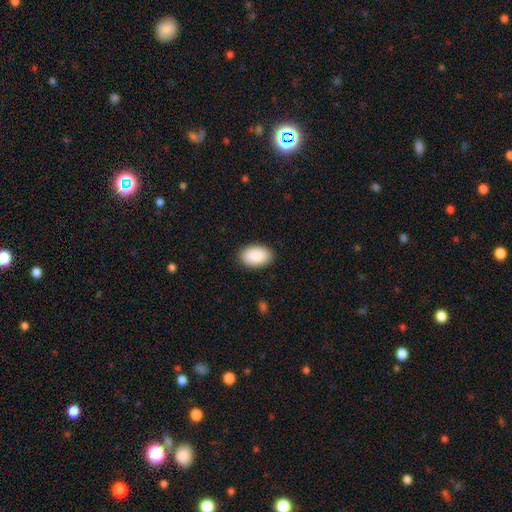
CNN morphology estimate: Smooth or featured? smooth (91%)
How rounded? in between (92%)
Merging? none (88%)